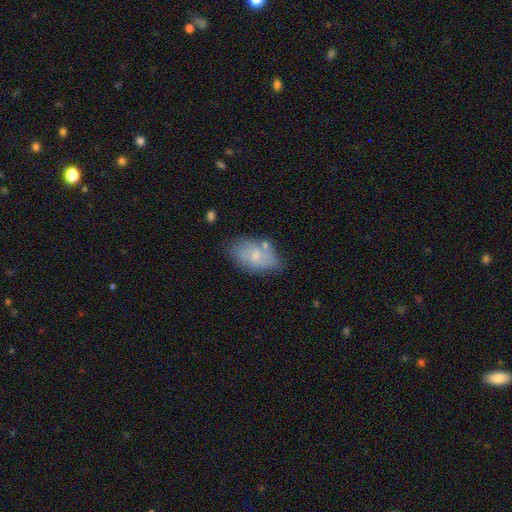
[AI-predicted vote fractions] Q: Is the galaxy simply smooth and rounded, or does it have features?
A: smooth — 64%.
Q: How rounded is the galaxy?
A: in between — 91%.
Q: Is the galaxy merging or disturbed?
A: none — 63%.